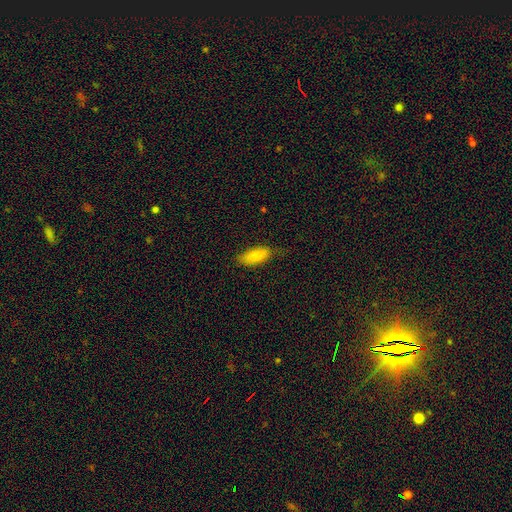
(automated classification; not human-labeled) This is clearly a smooth galaxy (81%). How rounded: clearly in between (83%). Merging: likely none (67%).